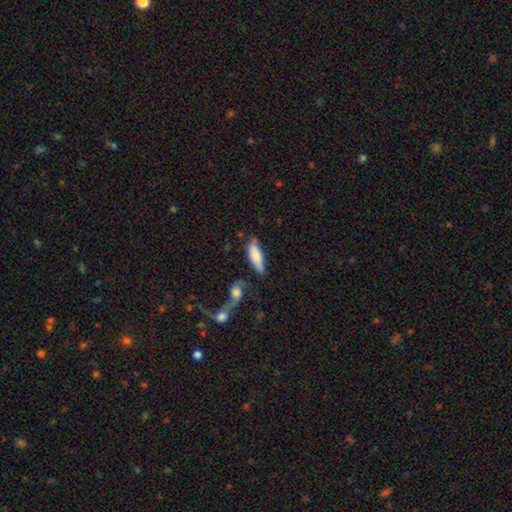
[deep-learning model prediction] A smooth galaxy with no disk features (77%) that is in between round and cigar-shaped (57%). Merging: none (55%).